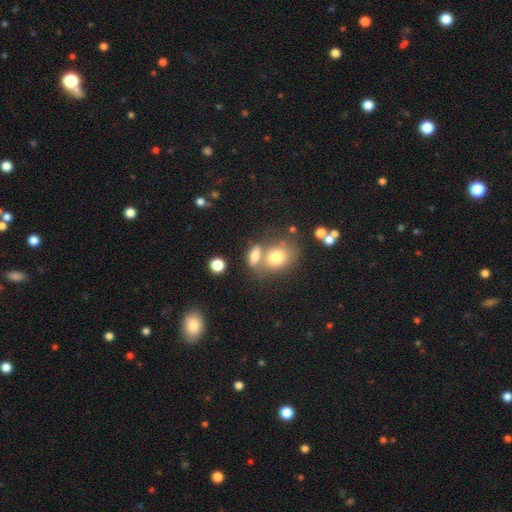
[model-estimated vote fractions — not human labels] Smooth or featured? smooth (73%)
How rounded? in between (69%)
Merging? merger (42%)